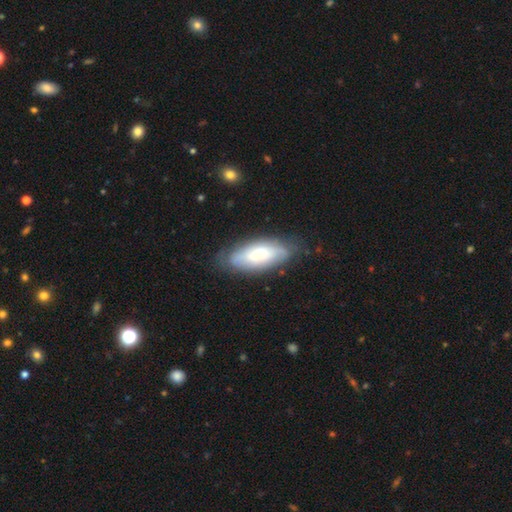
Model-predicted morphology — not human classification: This is possibly a smooth galaxy (50%). How rounded: likely in between (78%). Merging: likely none (76%).